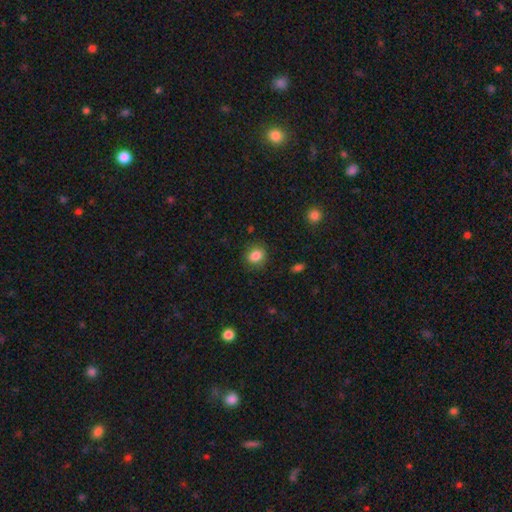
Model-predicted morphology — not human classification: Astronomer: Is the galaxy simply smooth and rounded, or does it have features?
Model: smooth — 85%.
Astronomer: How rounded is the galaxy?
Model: round — 56% (runner-up: in between, 43%).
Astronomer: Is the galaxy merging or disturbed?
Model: none — 84%.